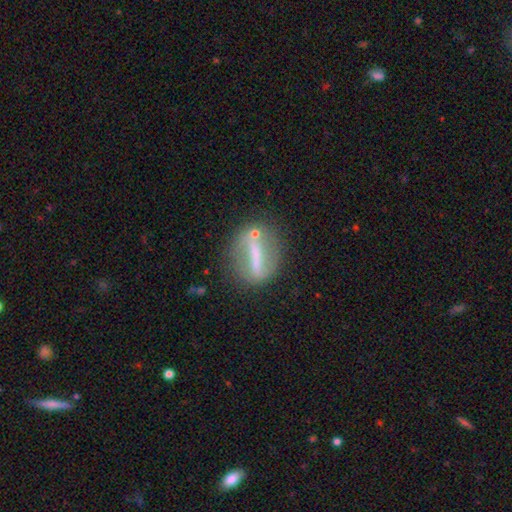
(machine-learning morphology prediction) smooth_or_featured: featured or disk (p=0.59) [alt: smooth p=0.31]
disk_edge_on: no (p=0.79) [alt: yes p=0.21]
merging: none (p=0.64) [alt: minor disturbance p=0.17]